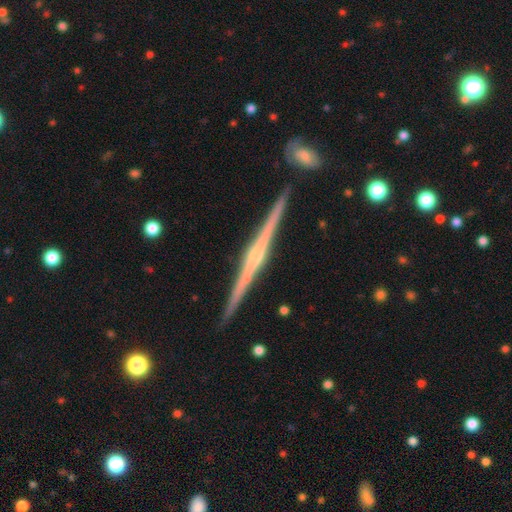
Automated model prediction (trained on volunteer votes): This appears to be a featured or disk galaxy (86%) viewed edge-on (99%) with a rounded central bulge (74%). Merging: none (91%).